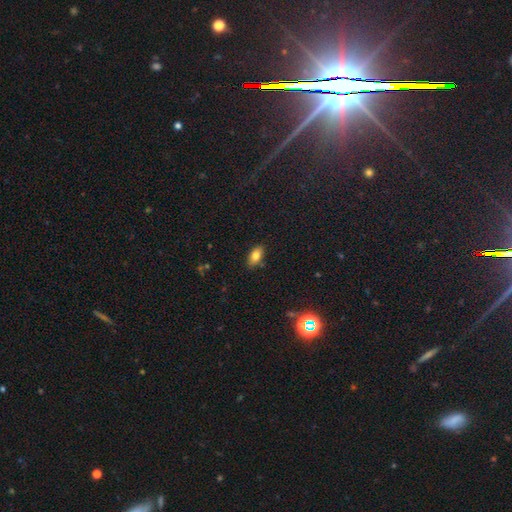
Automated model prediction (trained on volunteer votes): Smooth or featured?
  - smooth: 79% *
  - featured or disk: 11%
  - star or artifact: 10%
How rounded?
  - in between: 89% *
  - cigar-shaped: 6%
  - round: 5%
Merging?
  - none: 83% *
  - minor disturbance: 12%
  - major disturbance: 2%
  - merger: 2%